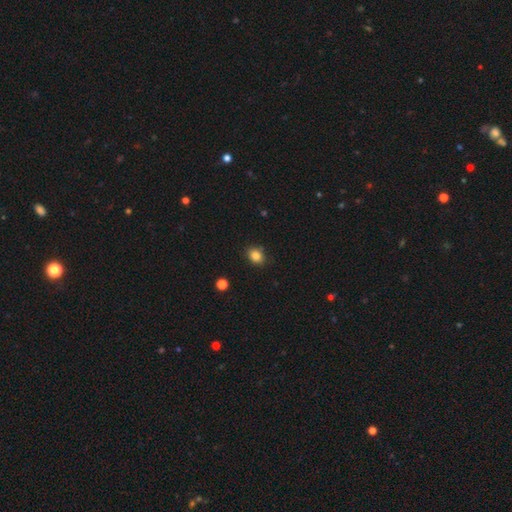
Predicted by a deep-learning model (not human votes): smooth-or-featured: smooth: 85% | star or artifact: 10% | featured or disk: 5%
  how-rounded: in between: 53% | round: 46% | cigar-shaped: 1%
  merging: none: 84% | minor disturbance: 12% | major disturbance: 2% | merger: 2%